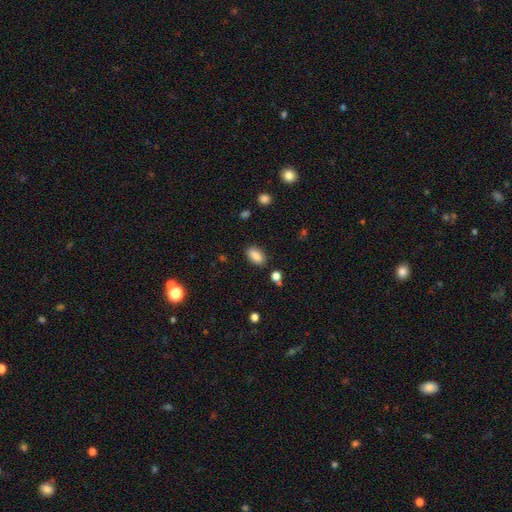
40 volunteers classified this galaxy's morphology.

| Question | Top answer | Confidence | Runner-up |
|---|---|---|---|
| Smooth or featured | smooth | 95% | star or artifact (5%) |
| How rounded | in between | 89% | round (5%) |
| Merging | none | 82% | minor disturbance (8%) |